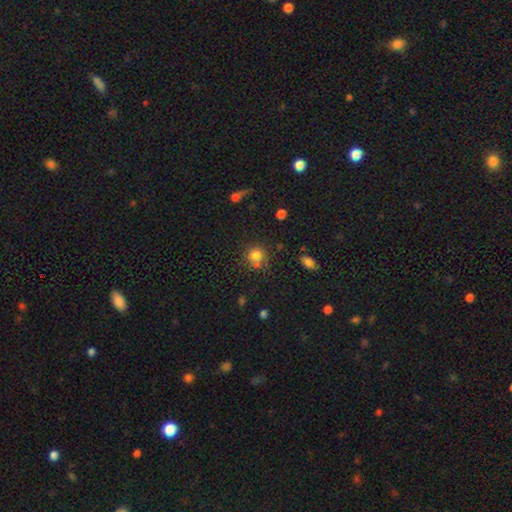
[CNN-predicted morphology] A smooth galaxy with no disk features (78%) that is round (85%).

Vote fractions:
- Smooth or featured? smooth: 78% / star or artifact: 14% / featured or disk: 8%
- How rounded? round: 85% / in between: 14% / cigar-shaped: 1%
- Merging? none: 62% / merger: 20% / minor disturbance: 13% / major disturbance: 5%